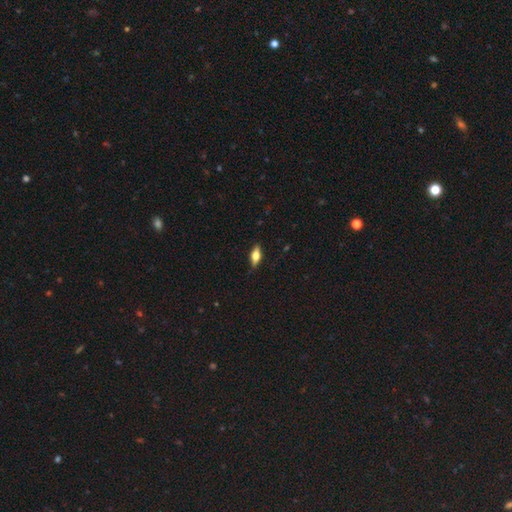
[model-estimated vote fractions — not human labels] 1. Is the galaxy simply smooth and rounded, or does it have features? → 49% smooth, 44% featured or disk, 8% star or artifact.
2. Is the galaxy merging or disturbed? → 87% none, 10% minor disturbance, 2% major disturbance, 1% merger.